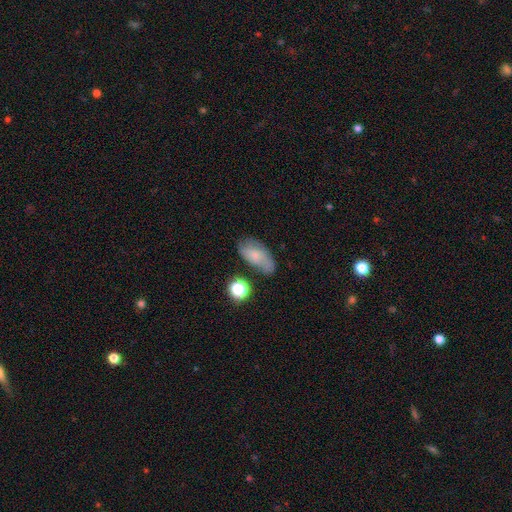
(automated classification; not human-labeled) smooth 62%, featured or disk 28%, star or artifact 10%. Down the decision tree: how rounded — in between (89%); merging — none (56%).